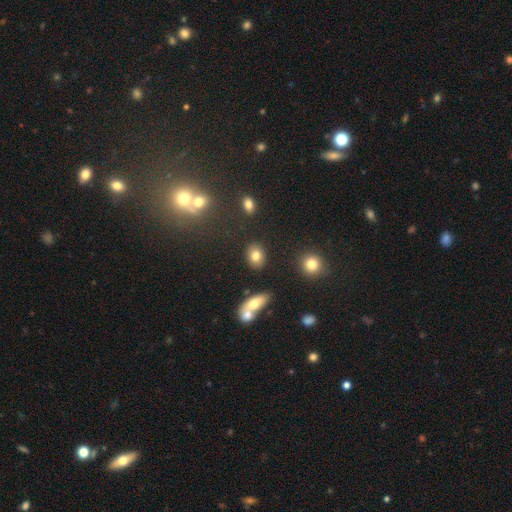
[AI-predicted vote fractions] The model was most divided on "how rounded": in between: 56%, round: 42%, cigar-shaped: 2%. More confident: merging — none (82%); smooth or featured — smooth (79%).